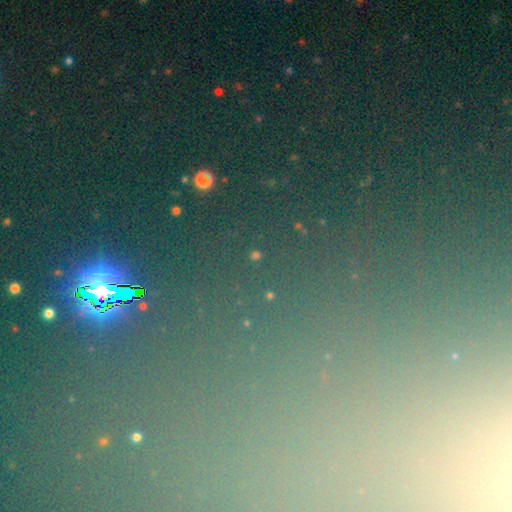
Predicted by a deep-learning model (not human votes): smooth_or_featured: star or artifact (p=0.59) [alt: smooth p=0.32]